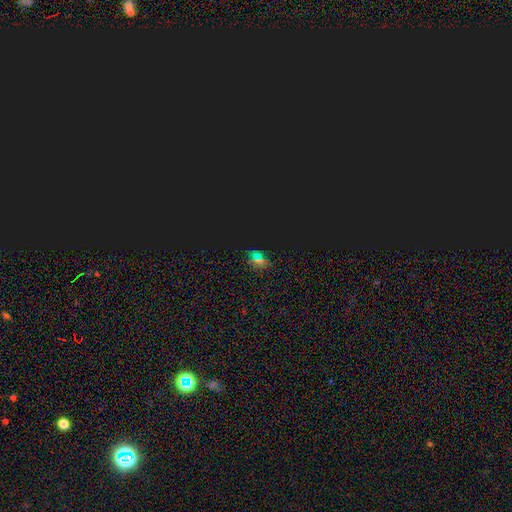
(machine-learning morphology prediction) Smooth or featured? star or artifact (58%)